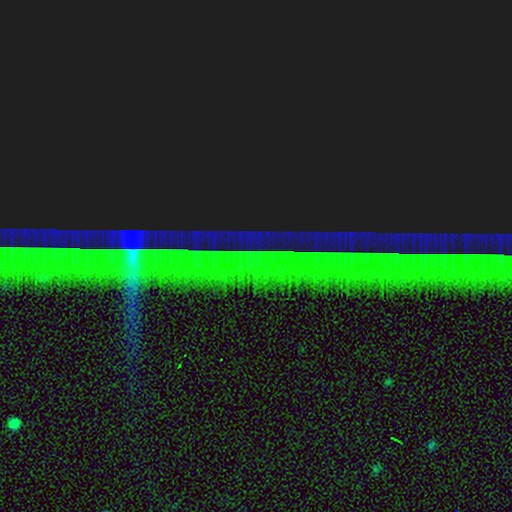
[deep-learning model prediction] Smooth or featured: star or artifact — 86% (featured or disk — 8%)